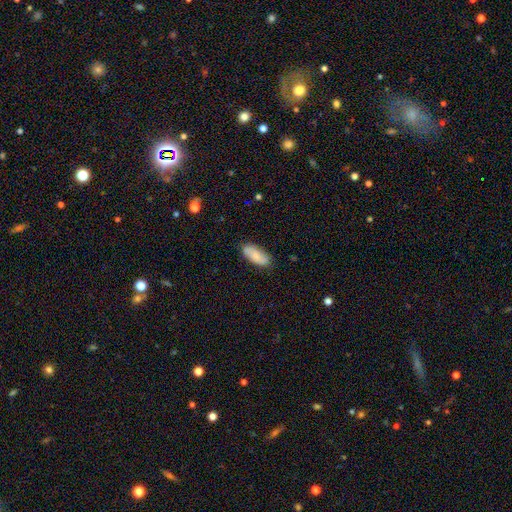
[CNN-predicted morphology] smooth 72%, featured or disk 22%, star or artifact 6%. Down the decision tree: how rounded — in between (82%); merging — none (82%).